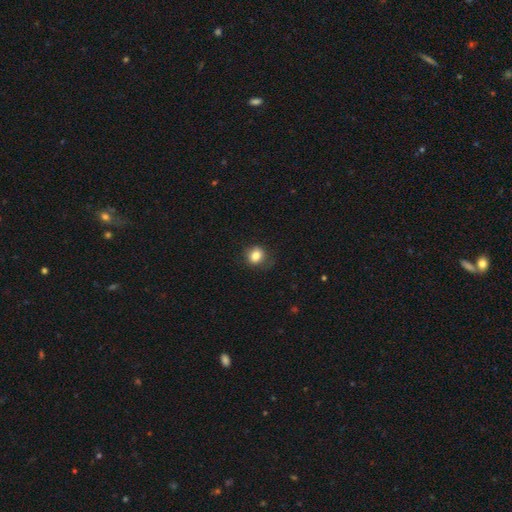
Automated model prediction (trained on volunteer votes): Smooth or featured? Predicted: smooth (p=0.82). How rounded? Predicted: round (p=0.73). Merging? Predicted: none (p=0.77).